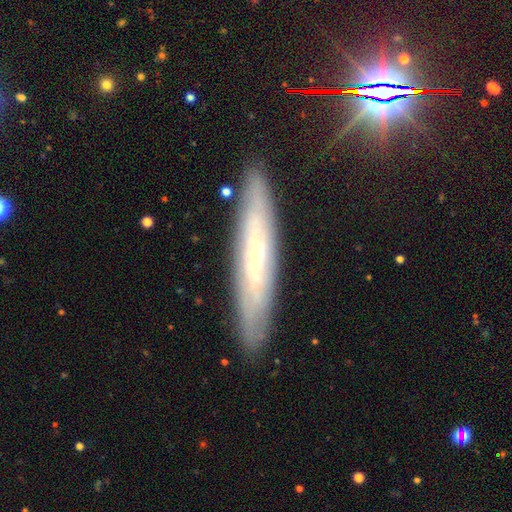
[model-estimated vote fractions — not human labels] This appears to be a featured or disk galaxy (62%) viewed edge-on (66%). Merging: none (87%).